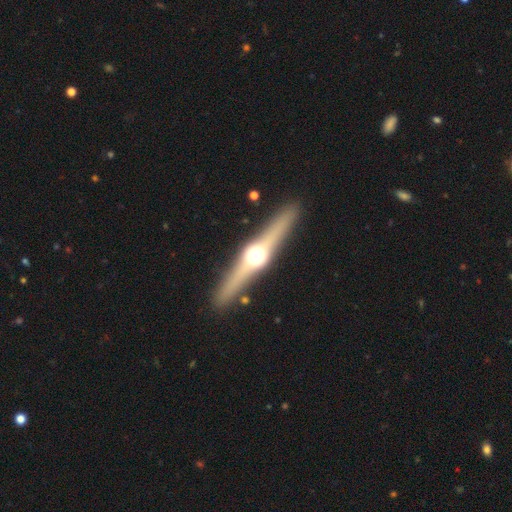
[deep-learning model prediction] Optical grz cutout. It shows a featured or disk galaxy (73%) viewed edge-on (96%) with a rounded central bulge (96%). Merging: none (89%).